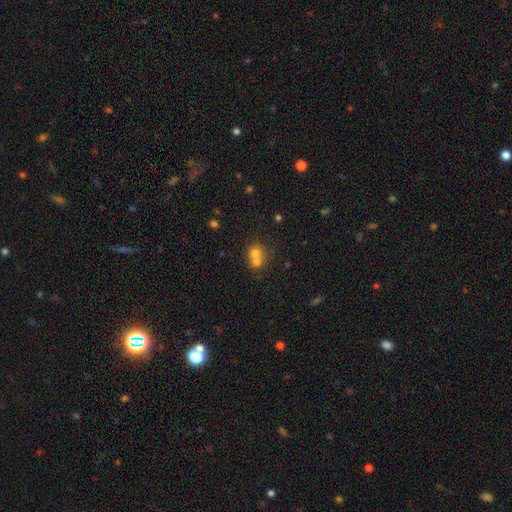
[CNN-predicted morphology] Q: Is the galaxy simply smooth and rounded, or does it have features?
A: smooth — 68%.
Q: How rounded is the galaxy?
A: round — 73%.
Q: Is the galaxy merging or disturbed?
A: merger — 64%.